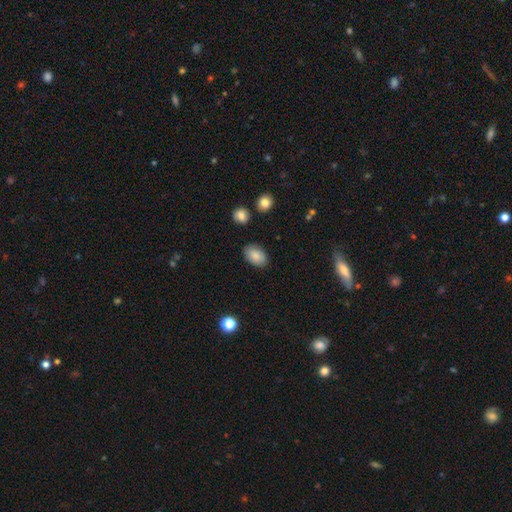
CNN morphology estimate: Smooth or featured? smooth (87%)
How rounded? in between (88%)
Merging? none (85%)